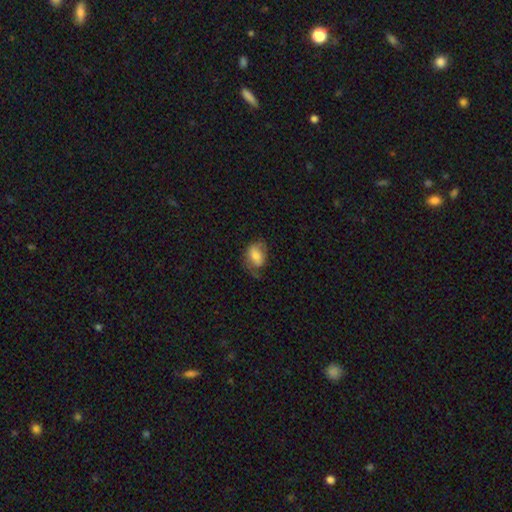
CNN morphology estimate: This is likely a smooth galaxy (62%). How rounded: likely in between (71%). Merging: marginally none (45%).